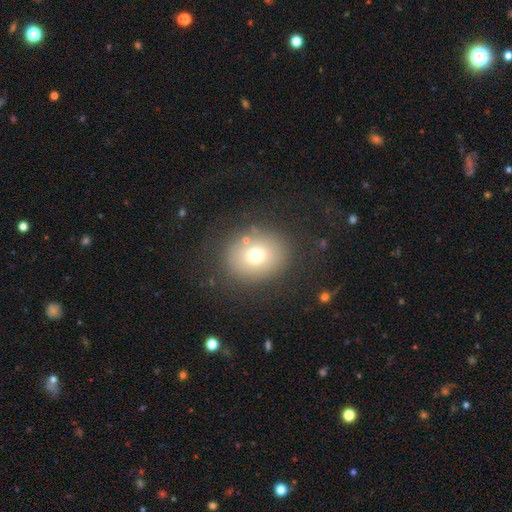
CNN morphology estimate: Smooth or featured?
  - smooth: 69% *
  - featured or disk: 18%
  - star or artifact: 13%
How rounded?
  - round: 65% *
  - in between: 35%
  - cigar-shaped: 1%
Merging?
  - none: 81% *
  - minor disturbance: 11%
  - major disturbance: 5%
  - merger: 3%